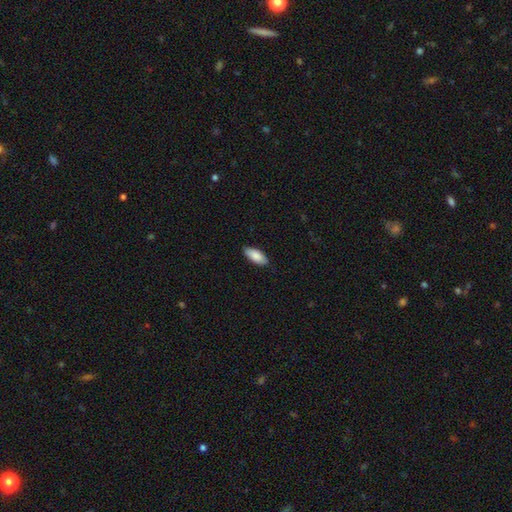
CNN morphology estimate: The model was most divided on "how rounded": in between: 85%, cigar-shaped: 13%, round: 2%. More confident: smooth or featured — smooth (87%); merging — none (87%).